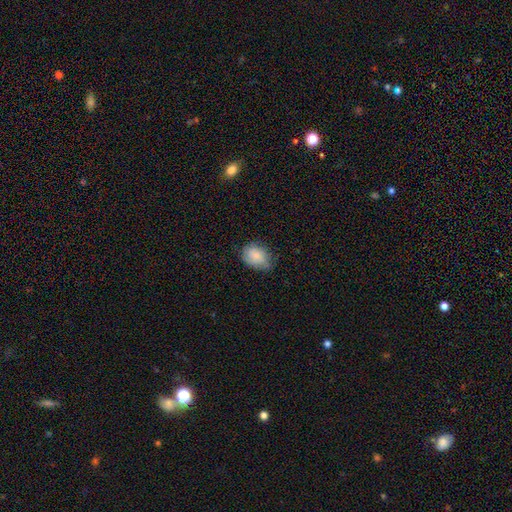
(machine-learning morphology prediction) smooth_or_featured: smooth (p=0.75) [alt: featured or disk p=0.18]
how_rounded: in between (p=0.65) [alt: round p=0.34]
merging: none (p=0.57) [alt: minor disturbance p=0.34]